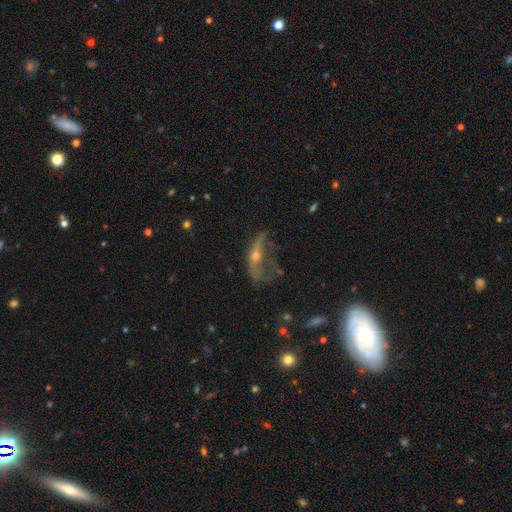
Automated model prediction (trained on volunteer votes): Smooth or featured? featured or disk (59%)
Edge-on disk? no (69%)
Merging? major disturbance (49%)